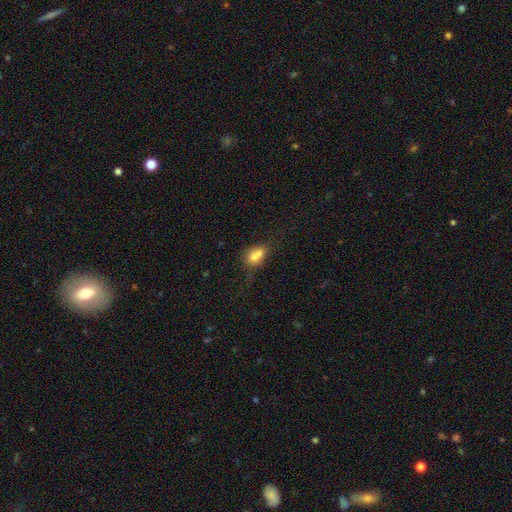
Smooth or featured? smooth (52%)
How rounded? in between (62%)
Merging? merger (69%)